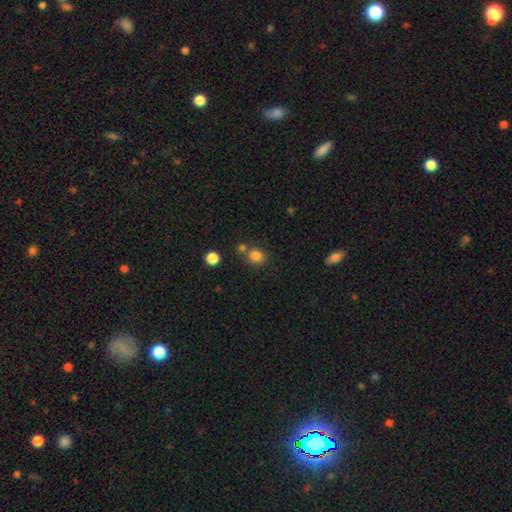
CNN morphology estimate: This is clearly a smooth galaxy (83%). How rounded: likely round (73%). Merging: likely none (66%).